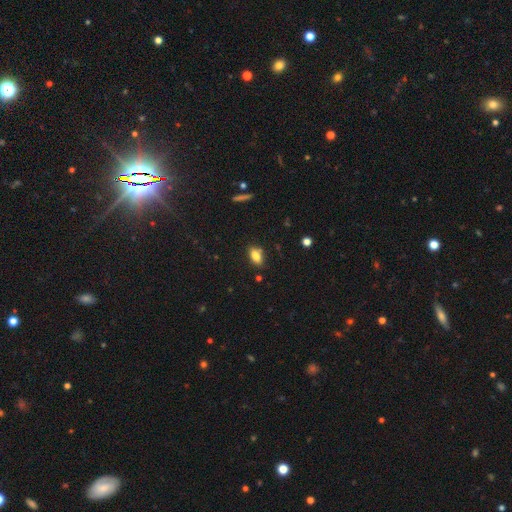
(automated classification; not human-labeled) Smooth or featured: smooth — 81% (featured or disk — 10%)
How rounded: in between — 87% (round — 7%)
Merging: none — 79% (minor disturbance — 14%)